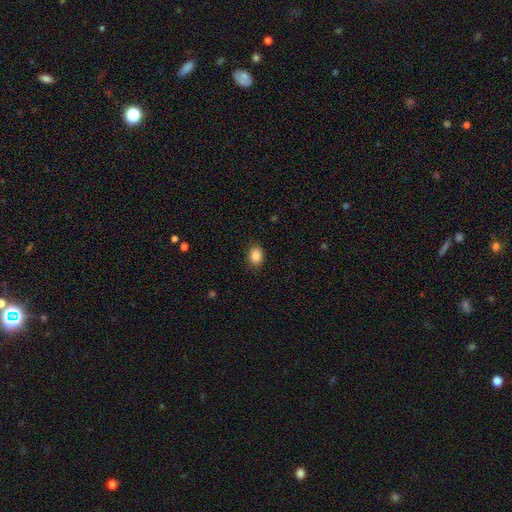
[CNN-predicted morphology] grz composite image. It shows a smooth galaxy with no disk features (88%) that is in between round and cigar-shaped (67%). Merging: none (87%).